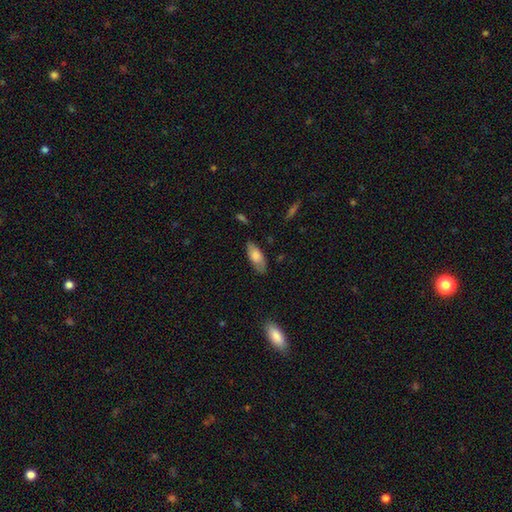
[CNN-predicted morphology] Q: Smooth or featured?
A: smooth (74%); runner-up: featured or disk (19%)
Q: How rounded?
A: in between (83%); runner-up: cigar-shaped (15%)
Q: Merging?
A: none (78%); runner-up: minor disturbance (17%)